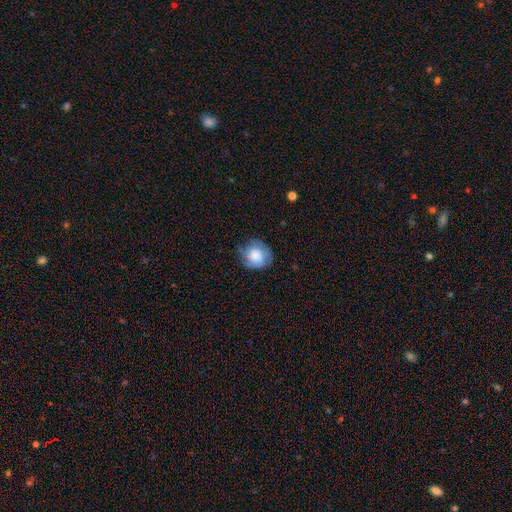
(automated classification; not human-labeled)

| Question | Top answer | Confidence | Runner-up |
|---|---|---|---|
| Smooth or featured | smooth | 68% | featured or disk (24%) |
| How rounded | round | 72% | in between (27%) |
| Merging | none | 64% | minor disturbance (26%) |